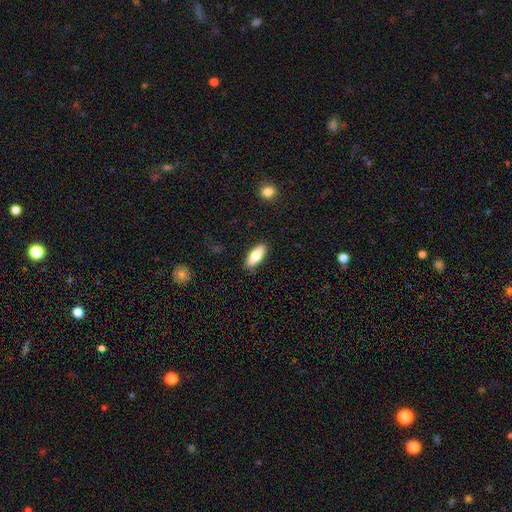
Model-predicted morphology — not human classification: Smooth or featured? smooth (76%)
How rounded? in between (71%)
Merging? none (88%)